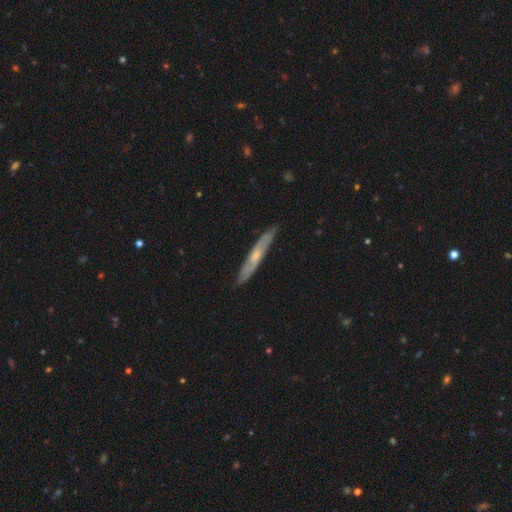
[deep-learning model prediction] This appears to be a featured or disk galaxy (61%) viewed edge-on (74%). Merging: none (85%).